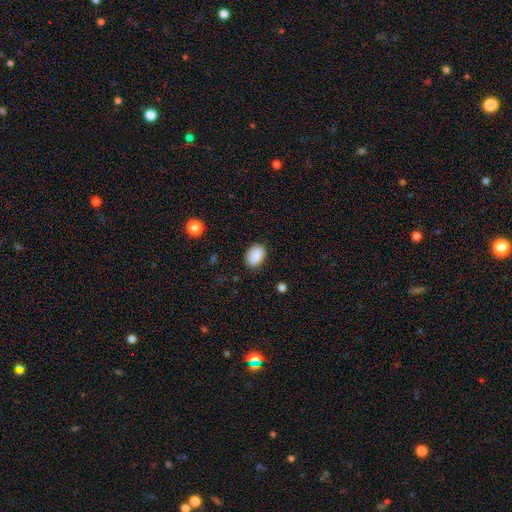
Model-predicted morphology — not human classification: Smooth or featured: smooth — 90% (star or artifact — 7%)
How rounded: in between — 83% (round — 16%)
Merging: none — 84% (minor disturbance — 12%)